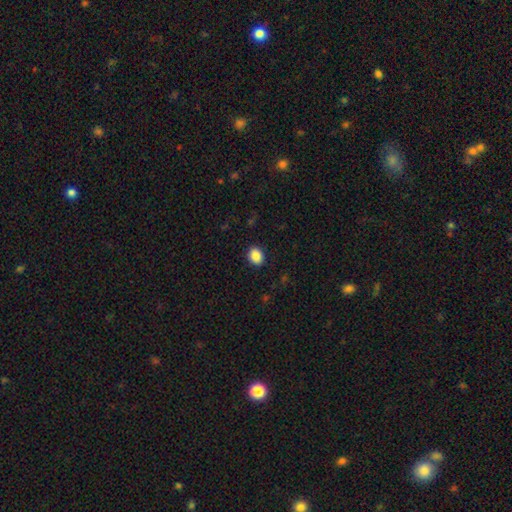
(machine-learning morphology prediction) Overall: smooth (88%). How rounded: in between (59%; round 40%). Merging: none (90%).